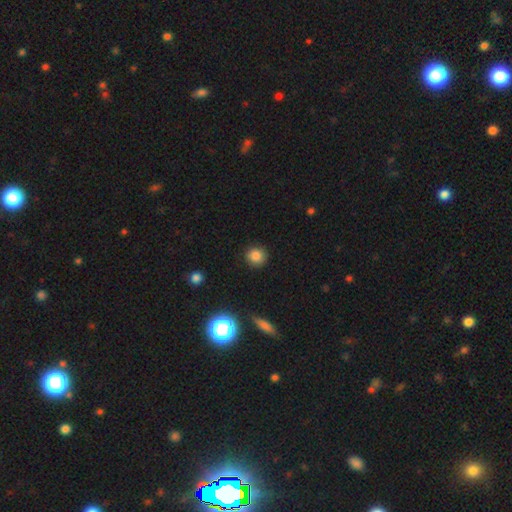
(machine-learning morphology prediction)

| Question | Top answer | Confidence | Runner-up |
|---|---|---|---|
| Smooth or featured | smooth | 83% | star or artifact (12%) |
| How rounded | round | 90% | in between (9%) |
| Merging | none | 89% | minor disturbance (8%) |